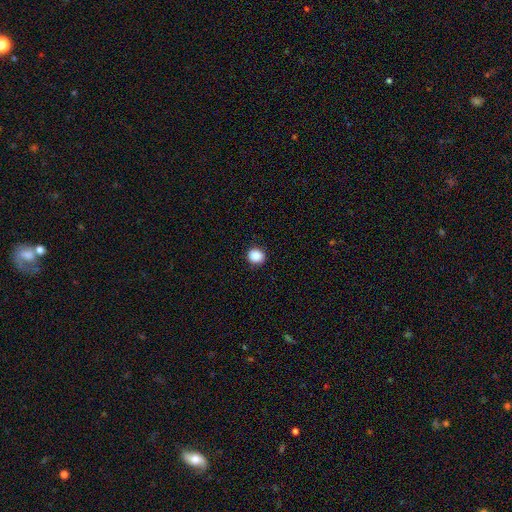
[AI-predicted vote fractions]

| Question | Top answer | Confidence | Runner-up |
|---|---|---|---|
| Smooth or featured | smooth | 88% | star or artifact (9%) |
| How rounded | round | 82% | in between (17%) |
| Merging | none | 91% | minor disturbance (6%) |